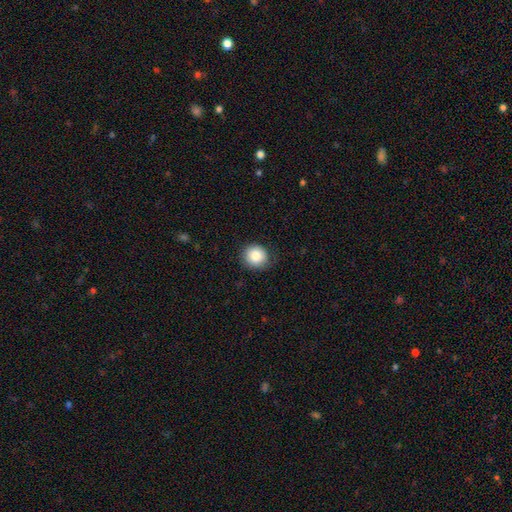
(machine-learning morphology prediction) A smooth galaxy with no disk features (83%) that is round (89%).

Vote fractions:
- Smooth or featured? smooth: 83% / star or artifact: 9% / featured or disk: 8%
- How rounded? round: 89% / in between: 10% / cigar-shaped: 1%
- Merging? none: 81% / minor disturbance: 14% / major disturbance: 3% / merger: 1%